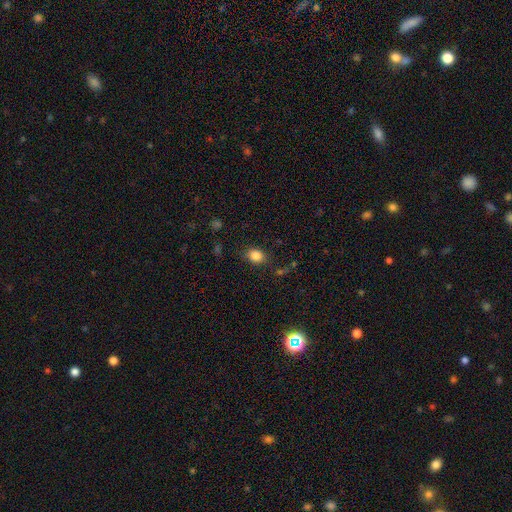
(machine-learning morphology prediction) Smooth or featured? smooth (85%)
How rounded? in between (51%)
Merging? none (81%)